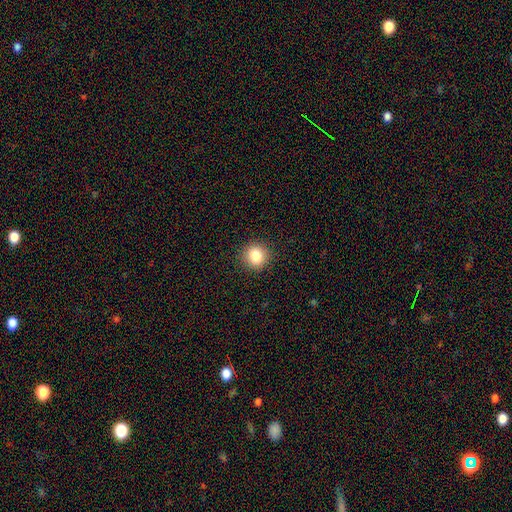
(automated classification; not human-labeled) smooth 83%, star or artifact 11%, featured or disk 6%. Down the decision tree: how rounded — round (89%); merging — none (91%).